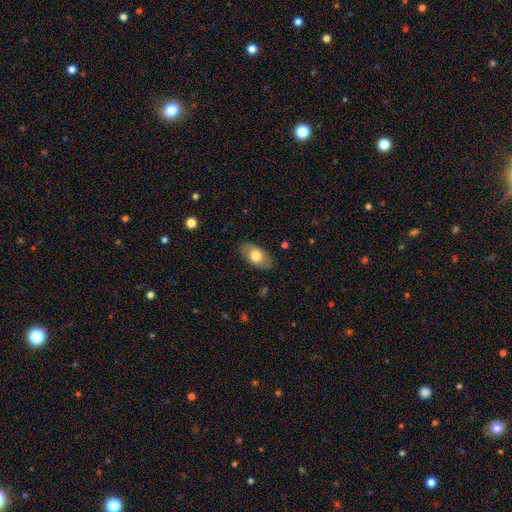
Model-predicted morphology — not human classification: A smooth galaxy with no disk features (71%) that is in between round and cigar-shaped (93%). Merging: none (84%).